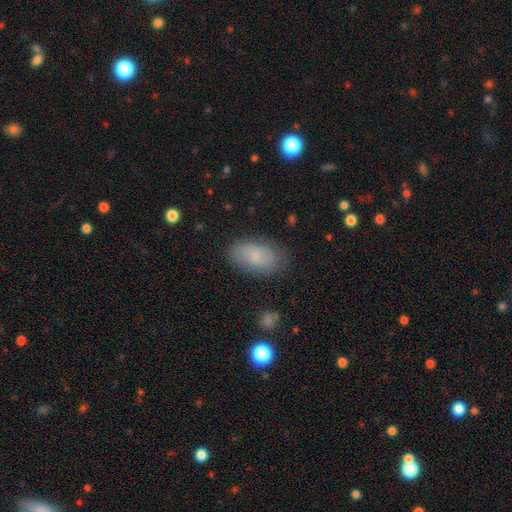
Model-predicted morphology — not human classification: smooth_or_featured: smooth (p=0.81) [alt: featured or disk p=0.12]
how_rounded: in between (p=0.94) [alt: round p=0.04]
merging: none (p=0.82) [alt: minor disturbance p=0.13]